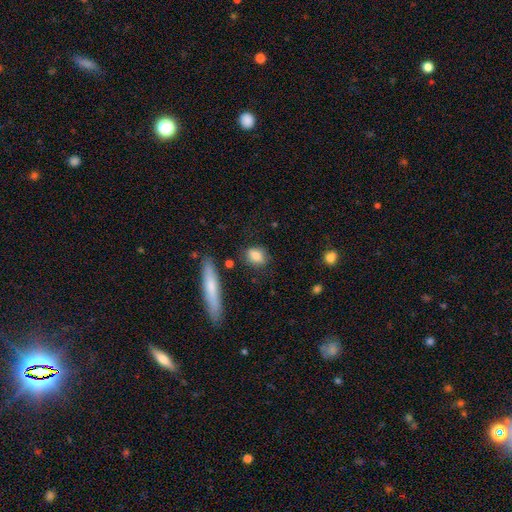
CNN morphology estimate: This appears to be a smooth galaxy with no disk features (80%) that is in between round and cigar-shaped (62%). Merging: none (78%).